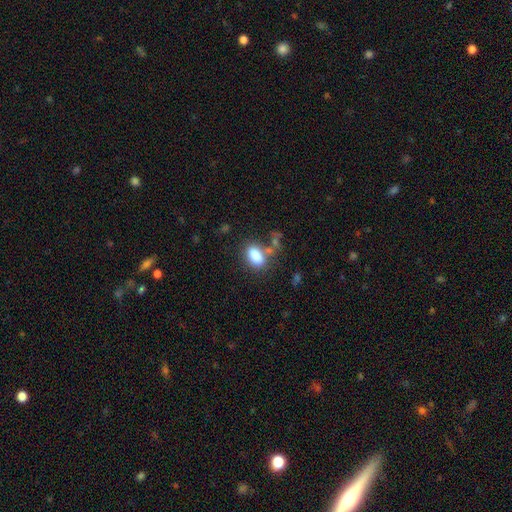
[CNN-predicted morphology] Q: Smooth or featured?
A: smooth (84%); runner-up: star or artifact (9%)
Q: How rounded?
A: in between (87%); runner-up: round (10%)
Q: Merging?
A: none (63%); runner-up: minor disturbance (18%)